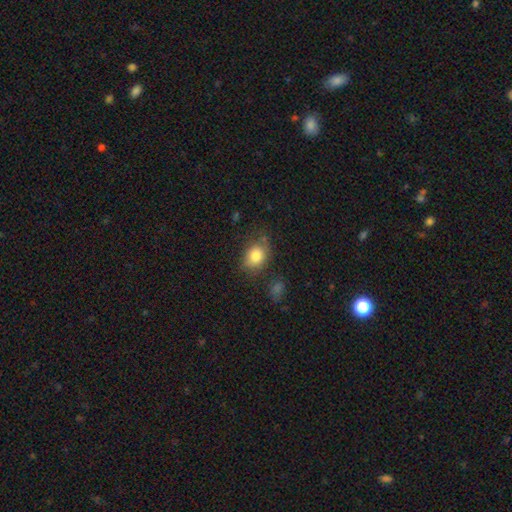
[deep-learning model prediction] The model was most divided on "how rounded": in between: 59%, round: 39%, cigar-shaped: 1%. More confident: smooth or featured — smooth (81%); merging — none (67%).